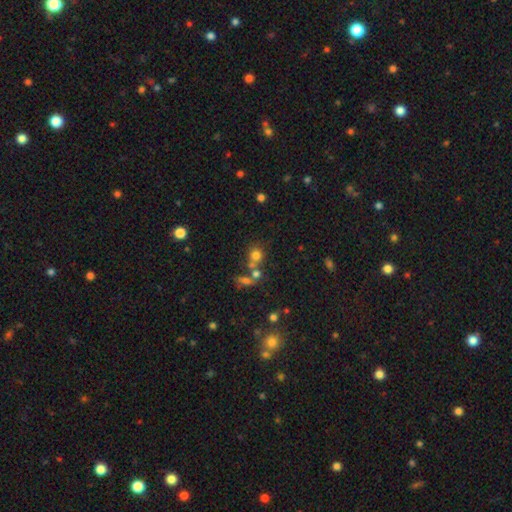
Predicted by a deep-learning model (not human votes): smooth-or-featured: smooth: 71% | star or artifact: 18% | featured or disk: 11%
  how-rounded: round: 82% | in between: 16% | cigar-shaped: 1%
  merging: none: 54% | merger: 29% | minor disturbance: 10% | major disturbance: 6%